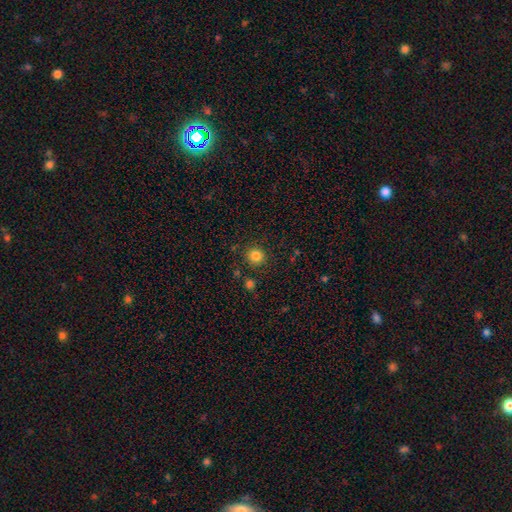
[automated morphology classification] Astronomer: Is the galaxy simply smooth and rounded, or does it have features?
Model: smooth — 83%.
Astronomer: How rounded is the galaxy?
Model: round — 93%.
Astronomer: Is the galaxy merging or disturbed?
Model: none — 88%.